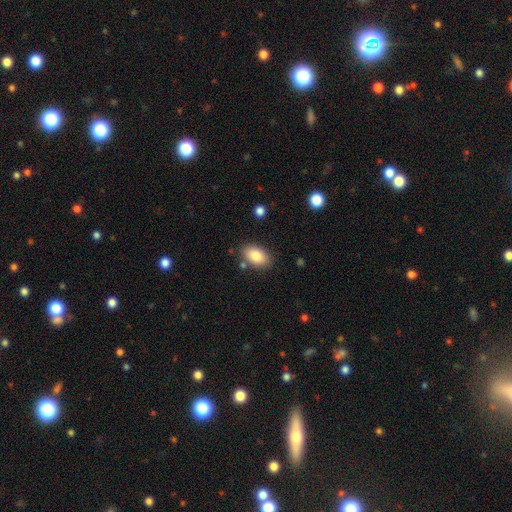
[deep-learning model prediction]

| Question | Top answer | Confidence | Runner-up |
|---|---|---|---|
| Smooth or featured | smooth | 86% | featured or disk (7%) |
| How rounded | in between | 92% | round (6%) |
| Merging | none | 81% | minor disturbance (12%) |